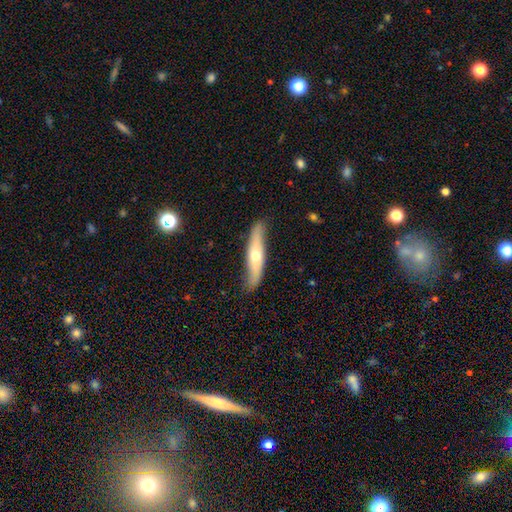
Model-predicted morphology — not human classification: This is possibly a featured or disk galaxy (52%). It is likely viewed edge-on (72%). Merging: clearly none (81%).